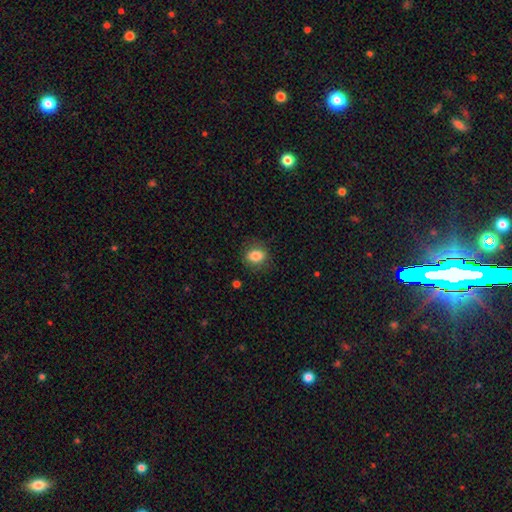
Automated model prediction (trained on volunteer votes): A smooth galaxy with no disk features (83%) that is in between round and cigar-shaped (53%).

Vote fractions:
- Smooth or featured? smooth: 83% / star or artifact: 9% / featured or disk: 8%
- How rounded? in between: 53% / round: 46% / cigar-shaped: 1%
- Merging? none: 81% / minor disturbance: 13% / major disturbance: 4% / merger: 1%